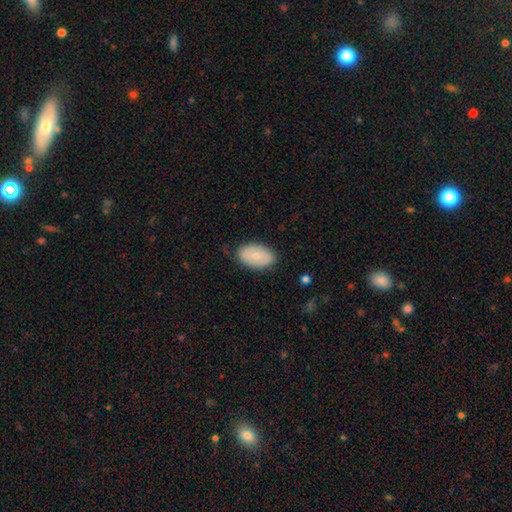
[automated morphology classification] A smooth galaxy with no disk features (76%) that is in between round and cigar-shaped (93%). Merging: none (81%).